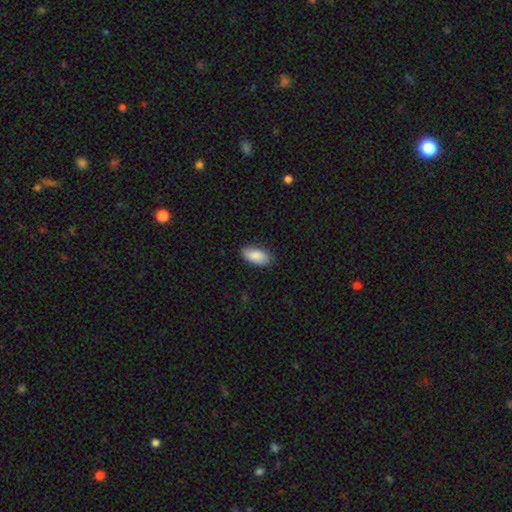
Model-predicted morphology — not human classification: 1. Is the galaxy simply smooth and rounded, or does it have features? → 86% smooth, 8% featured or disk, 6% star or artifact.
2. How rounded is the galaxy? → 93% in between, 5% cigar-shaped, 2% round.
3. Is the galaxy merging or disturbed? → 83% none, 13% minor disturbance, 2% major disturbance, 1% merger.